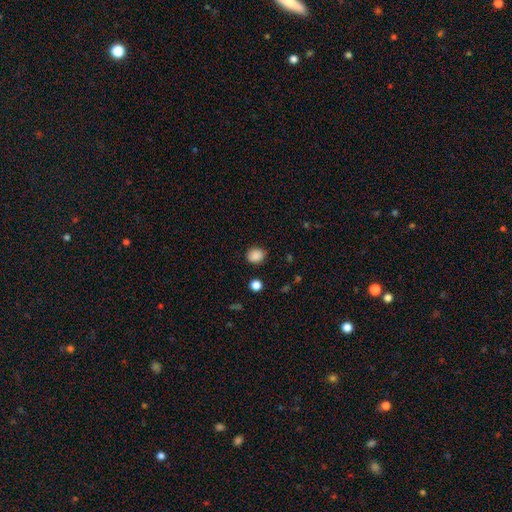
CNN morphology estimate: Smooth or featured?
  - smooth: 87% *
  - star or artifact: 10%
  - featured or disk: 3%
How rounded?
  - round: 69% *
  - in between: 31%
  - cigar-shaped: 1%
Merging?
  - none: 86% *
  - minor disturbance: 10%
  - major disturbance: 3%
  - merger: 2%